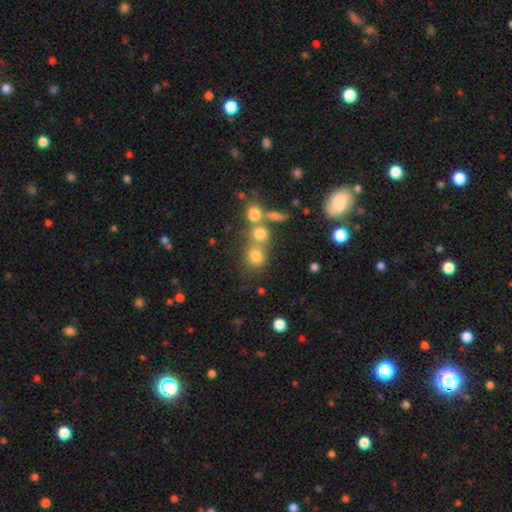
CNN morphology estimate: smooth-or-featured: smooth: 73% | star or artifact: 16% | featured or disk: 11%
  how-rounded: round: 77% | in between: 21% | cigar-shaped: 2%
  merging: none: 48% | merger: 38% | minor disturbance: 9% | major disturbance: 6%